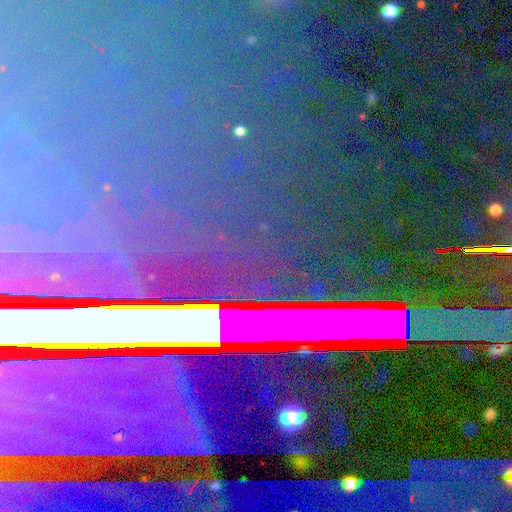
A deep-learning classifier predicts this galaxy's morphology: A star or artifact, not a galaxy (76%).

Vote fractions:
- Smooth or featured? star or artifact: 76% / featured or disk: 13% / smooth: 11%